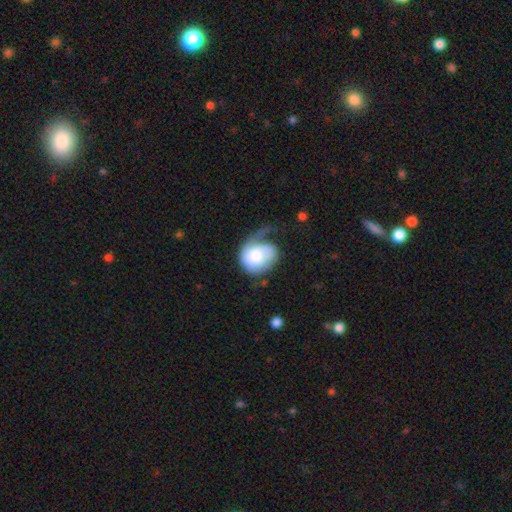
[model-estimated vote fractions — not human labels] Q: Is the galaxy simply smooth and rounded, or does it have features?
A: smooth — 51%.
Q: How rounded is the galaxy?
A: round — 58%.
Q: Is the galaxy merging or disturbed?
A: major disturbance — 48%.